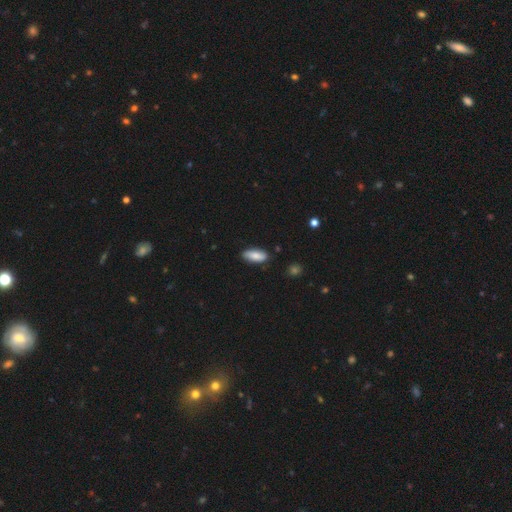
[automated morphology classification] This is clearly a smooth galaxy (80%). How rounded: clearly in between (81%). Merging: clearly none (84%).